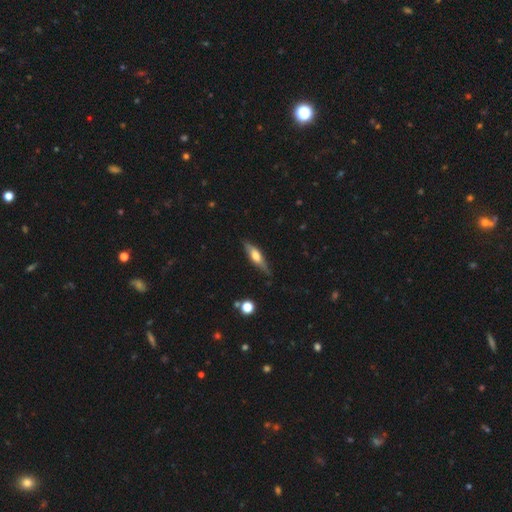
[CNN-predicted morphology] Smooth or featured?
  - featured or disk: 47% * (tied)
  - smooth: 47% * (tied)
  - star or artifact: 6%
Merging?
  - none: 75% *
  - minor disturbance: 19%
  - major disturbance: 4%
  - merger: 2%